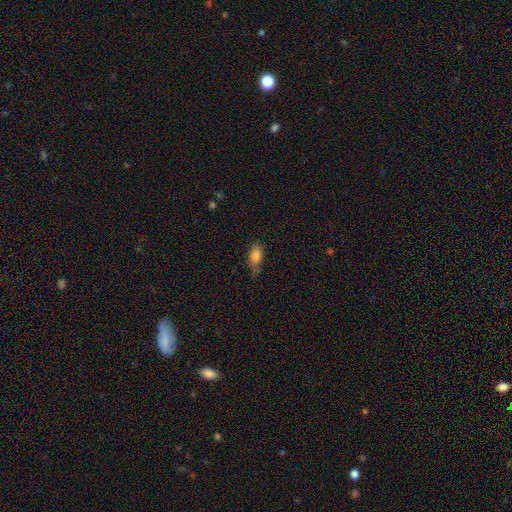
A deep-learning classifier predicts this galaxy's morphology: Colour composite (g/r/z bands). It shows a smooth galaxy with no disk features (83%) that is in between round and cigar-shaped (84%). Merging: none (49%).